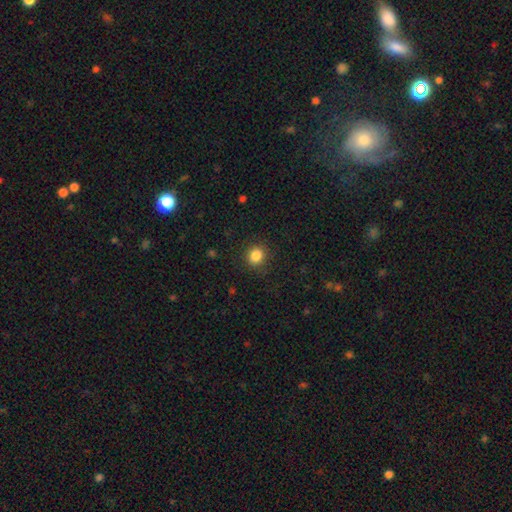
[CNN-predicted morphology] Smooth or featured?
  - smooth: 85% *
  - star or artifact: 11%
  - featured or disk: 4%
How rounded?
  - round: 83% *
  - in between: 16%
  - cigar-shaped: 1%
Merging?
  - none: 89% *
  - minor disturbance: 7%
  - major disturbance: 3%
  - merger: 1%